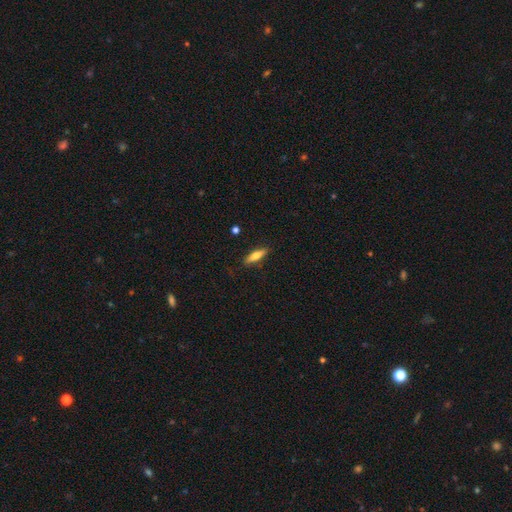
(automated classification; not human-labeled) This is likely a smooth galaxy (67%). How rounded: likely cigar-shaped (64%). Merging: clearly none (85%).